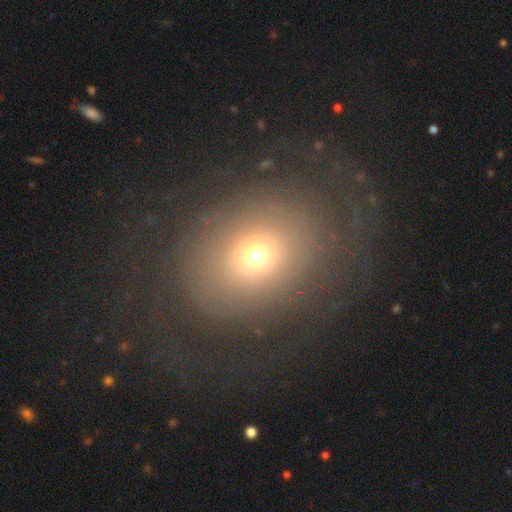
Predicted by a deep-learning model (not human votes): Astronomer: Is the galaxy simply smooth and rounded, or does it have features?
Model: smooth — 52% (runner-up: featured or disk, 33%).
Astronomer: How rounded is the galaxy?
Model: round — 56% (runner-up: in between, 43%).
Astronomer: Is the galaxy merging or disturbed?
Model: none — 63%.